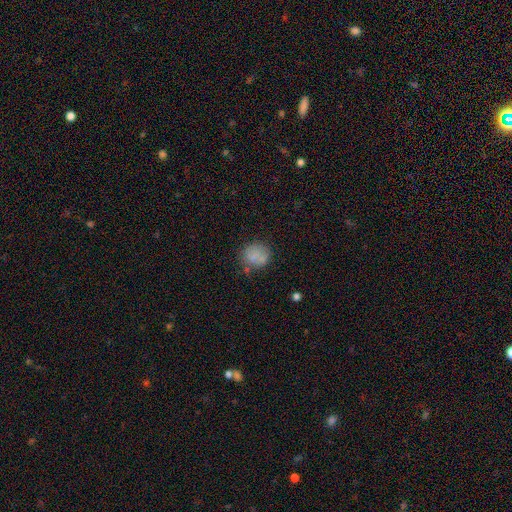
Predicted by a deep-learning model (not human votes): smooth_or_featured: smooth (p=0.75) [alt: featured or disk p=0.15]
how_rounded: round (p=0.82) [alt: in between p=0.17]
merging: none (p=0.63) [alt: minor disturbance p=0.21]